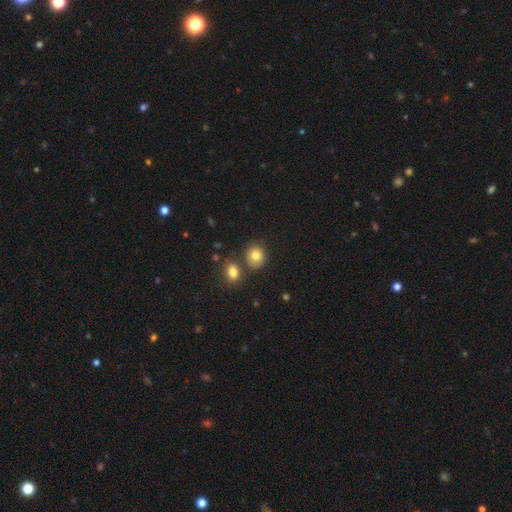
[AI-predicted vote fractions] smooth_or_featured: smooth (p=0.81) [alt: star or artifact p=0.10]
how_rounded: round (p=0.75) [alt: in between p=0.24]
merging: none (p=0.71) [alt: merger p=0.15]